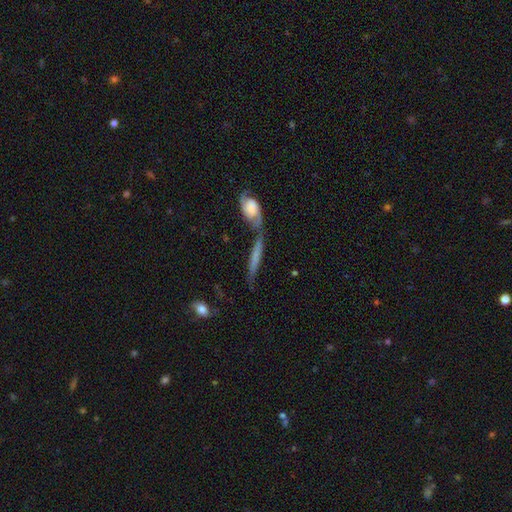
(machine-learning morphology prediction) Smooth or featured: featured or disk — 53% (smooth — 38%)
Edge-on disk: yes — 63% (no — 37%)
Merging: merger — 41% (none — 38%)